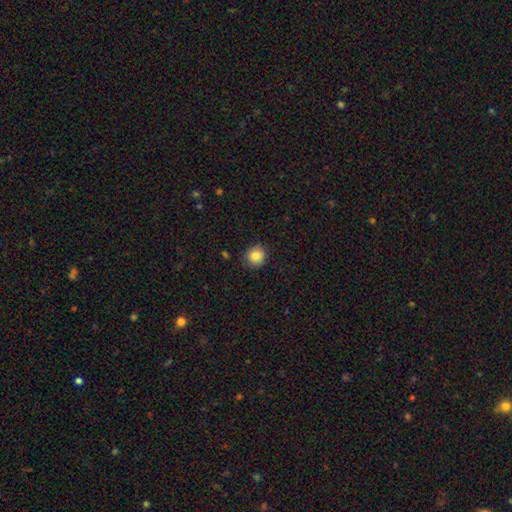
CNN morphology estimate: The model was most divided on "how rounded": round: 86%, in between: 13%, cigar-shaped: 1%. More confident: merging — none (86%); smooth or featured — smooth (85%).